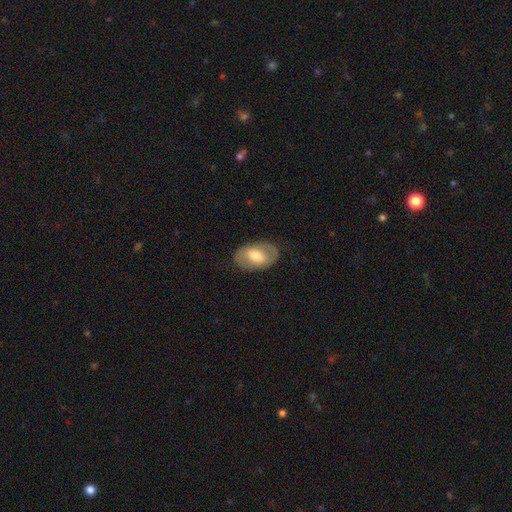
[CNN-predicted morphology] smooth-or-featured: smooth: 54% | featured or disk: 40% | star or artifact: 6%
  how-rounded: in between: 89% | round: 10% | cigar-shaped: 1%
  merging: none: 80% | minor disturbance: 14% | major disturbance: 5% | merger: 1%